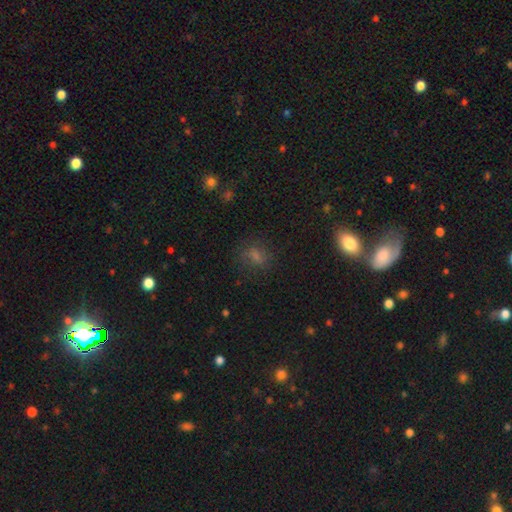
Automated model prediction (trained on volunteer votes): Smooth or featured? smooth (61%)
How rounded? in between (55%)
Merging? none (69%)